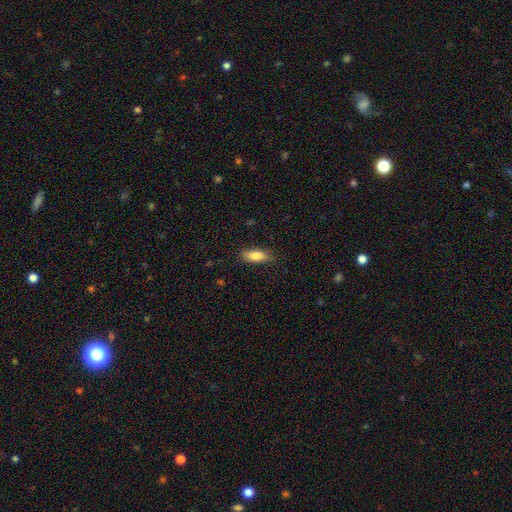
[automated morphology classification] Q: Smooth or featured?
A: smooth (81%); runner-up: featured or disk (12%)
Q: How rounded?
A: in between (71%); runner-up: cigar-shaped (26%)
Q: Merging?
A: none (84%); runner-up: minor disturbance (13%)